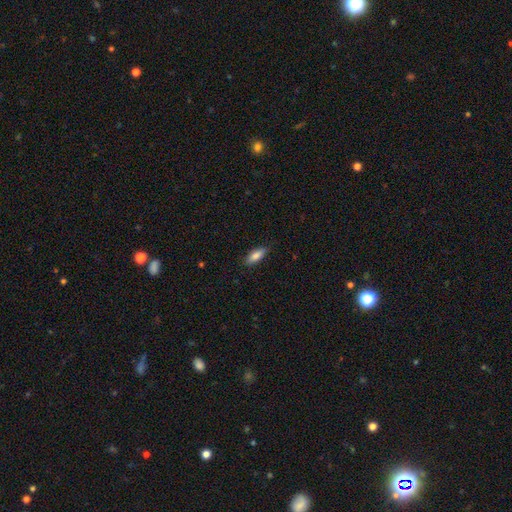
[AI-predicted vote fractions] Smooth or featured: smooth — 84% (featured or disk — 10%)
How rounded: in between — 73% (cigar-shaped — 25%)
Merging: none — 85% (minor disturbance — 12%)